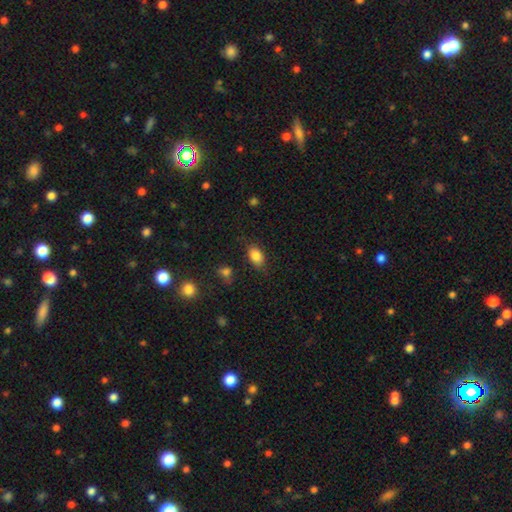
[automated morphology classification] type=smooth (85%); roundness=in between (86%); merging=none (78%).